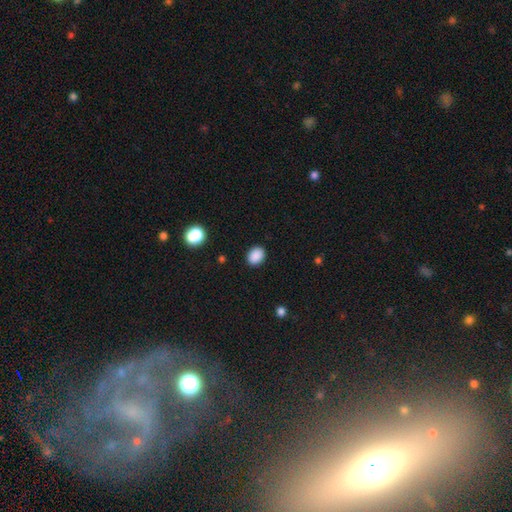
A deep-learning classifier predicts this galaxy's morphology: A smooth galaxy with no disk features (89%) that is in between round and cigar-shaped (54%). Merging: none (89%).